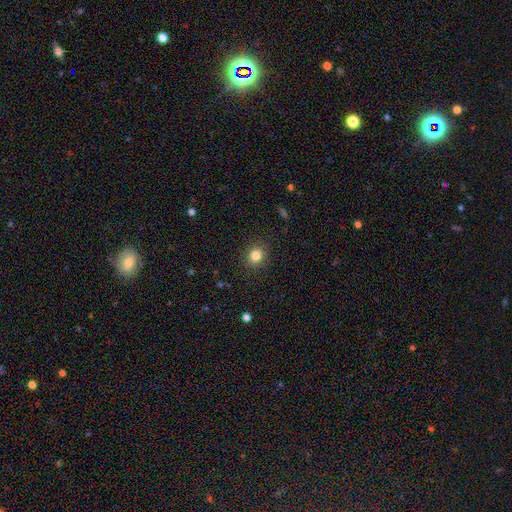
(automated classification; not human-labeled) This appears to be a smooth galaxy with no disk features (82%) that is round (75%). Merging: none (89%).